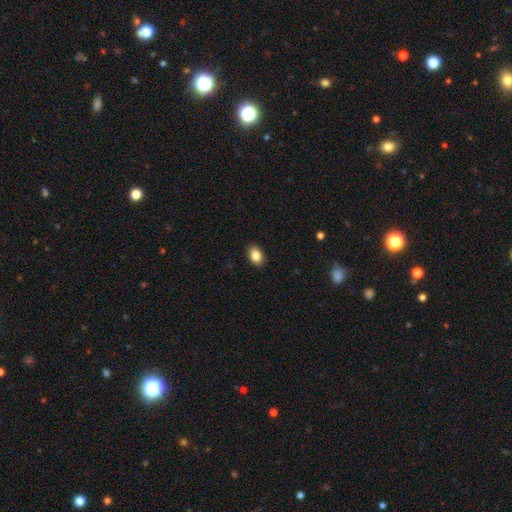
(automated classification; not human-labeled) Smooth or featured?
  - smooth: 86% *
  - star or artifact: 8%
  - featured or disk: 5%
How rounded?
  - in between: 84% *
  - round: 15%
  - cigar-shaped: 1%
Merging?
  - none: 89% *
  - minor disturbance: 8%
  - major disturbance: 2%
  - merger: 1%